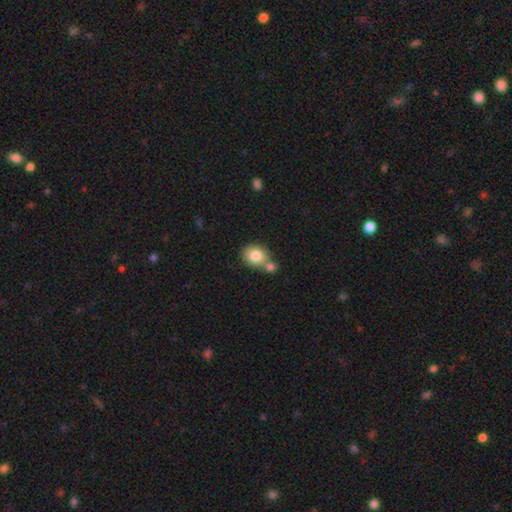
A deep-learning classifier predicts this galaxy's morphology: A smooth galaxy with no disk features (80%) that is round (62%).

Vote fractions:
- Smooth or featured? smooth: 80% / featured or disk: 11% / star or artifact: 9%
- How rounded? round: 62% / in between: 37% / cigar-shaped: 1%
- Merging? none: 45% / merger: 40% / minor disturbance: 11% / major disturbance: 4%